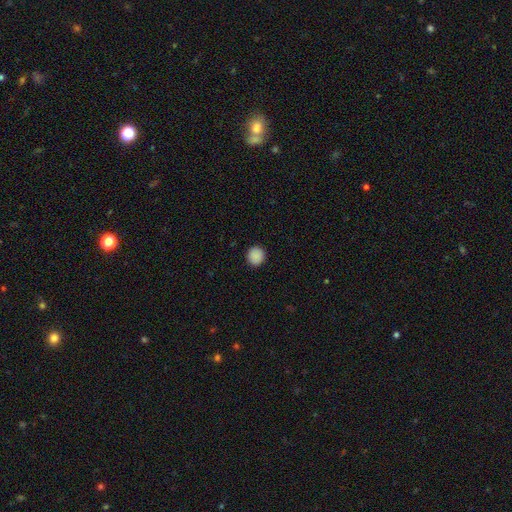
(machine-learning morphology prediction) Q: Smooth or featured?
A: smooth (89%); runner-up: star or artifact (9%)
Q: How rounded?
A: round (92%); runner-up: in between (8%)
Q: Merging?
A: none (92%); runner-up: minor disturbance (5%)